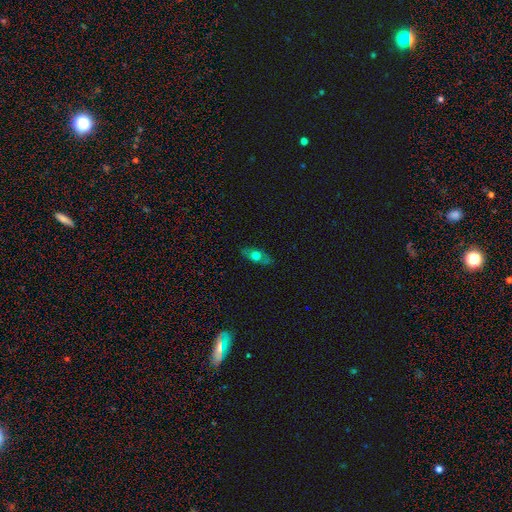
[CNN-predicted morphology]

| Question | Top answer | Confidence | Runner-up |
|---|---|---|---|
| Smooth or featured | smooth | 56% | featured or disk (35%) |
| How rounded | in between | 73% | cigar-shaped (16%) |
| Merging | none | 82% | minor disturbance (14%) |